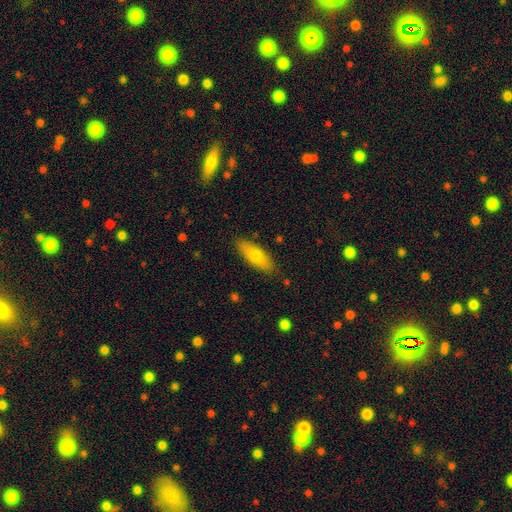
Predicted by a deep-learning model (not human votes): Smooth or featured: smooth — 73% (featured or disk — 21%)
How rounded: in between — 66% (cigar-shaped — 32%)
Merging: none — 85% (minor disturbance — 11%)